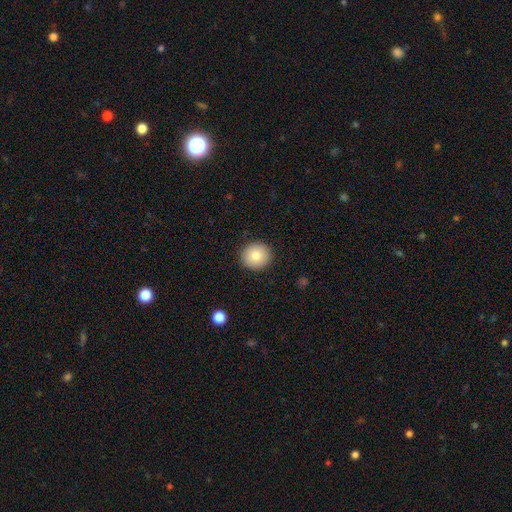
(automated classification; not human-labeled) Q: Smooth or featured?
A: smooth (84%); runner-up: star or artifact (9%)
Q: How rounded?
A: round (91%); runner-up: in between (8%)
Q: Merging?
A: none (92%); runner-up: minor disturbance (5%)